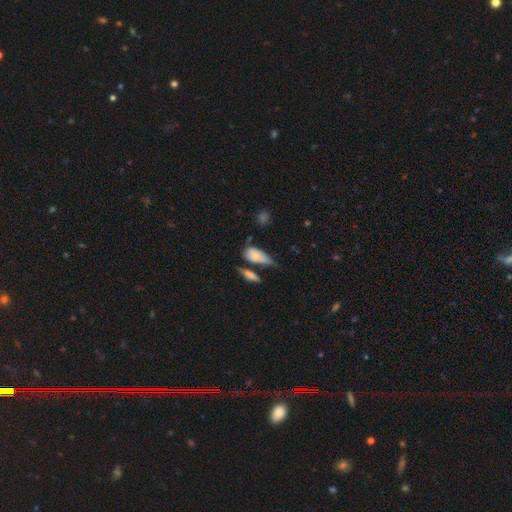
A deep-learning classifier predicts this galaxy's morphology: Q: Smooth or featured?
A: smooth (76%); runner-up: featured or disk (17%)
Q: How rounded?
A: in between (84%); runner-up: cigar-shaped (10%)
Q: Merging?
A: none (34%); runner-up: minor disturbance (28%)